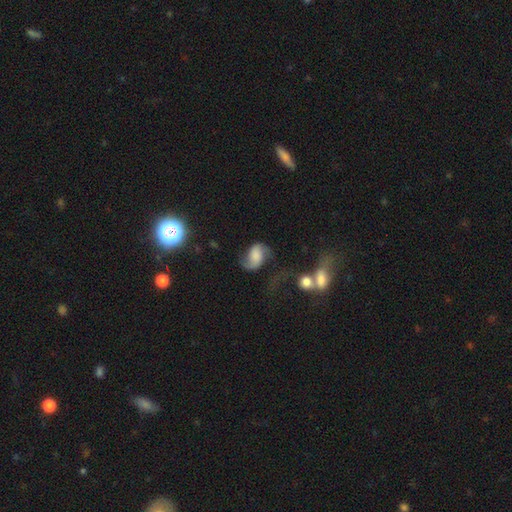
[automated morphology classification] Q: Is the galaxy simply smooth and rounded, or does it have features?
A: featured or disk — 66%.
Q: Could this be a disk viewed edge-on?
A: no — 97%.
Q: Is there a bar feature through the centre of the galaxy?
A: no — 57%.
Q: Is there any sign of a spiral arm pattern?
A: yes — 93%.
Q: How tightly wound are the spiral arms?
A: loose — 58%.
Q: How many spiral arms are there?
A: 2 — 86%.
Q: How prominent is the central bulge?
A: none — 36%.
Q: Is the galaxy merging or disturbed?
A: none — 49%.